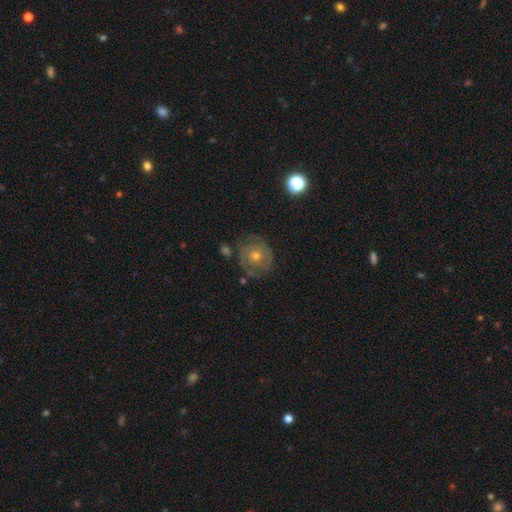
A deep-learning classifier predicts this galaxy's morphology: A featured or disk galaxy (60%) with no bar (86%), spiral arms (65%) and a moderate central bulge (59%).

Vote fractions:
- Smooth or featured? featured or disk: 60% / smooth: 29% / star or artifact: 11%
- Edge-on disk? no: 97% / yes: 3%
- Bar? no: 86% / weak: 11% / strong: 2%
- Spiral arms? yes: 65% / no: 35%
- Bulge size? moderate: 59% / small: 36% / large: 3% / none: 1% / dominant: 1%
- Merging? none: 71% / minor disturbance: 18% / major disturbance: 8% / merger: 4%